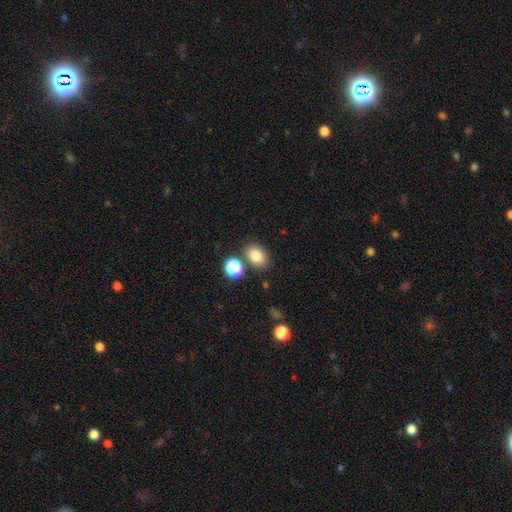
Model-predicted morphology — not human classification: Smooth or featured? smooth (82%)
How rounded? in between (72%)
Merging? none (76%)